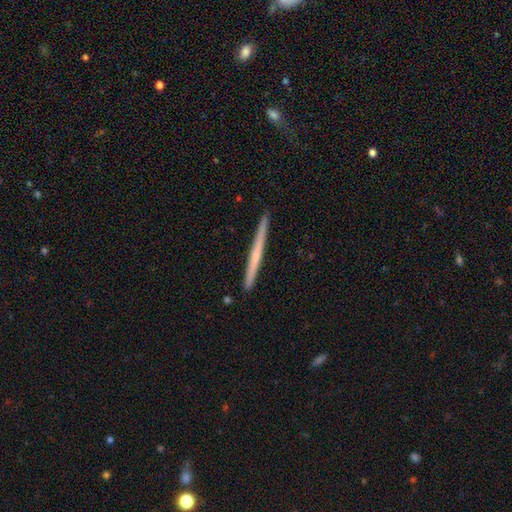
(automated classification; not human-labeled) Overall: featured or disk (57%; smooth 38%). Edge-on disk: yes (98%). Edge-on bulge: none (65%; rounded 31%). Merging: none (92%).